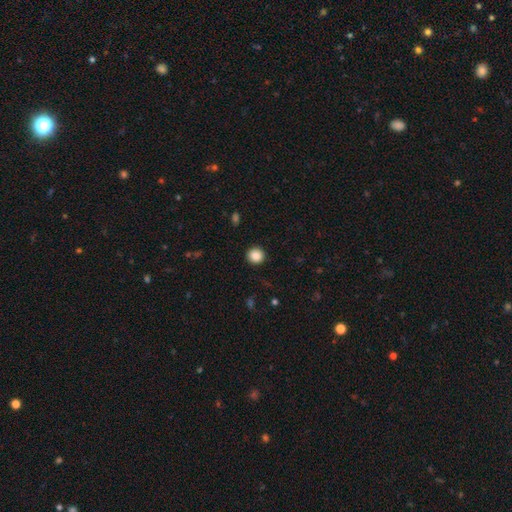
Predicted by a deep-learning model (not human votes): Smooth or featured? Predicted: smooth (p=0.88). How rounded? Predicted: round (p=0.93). Merging? Predicted: none (p=0.92).